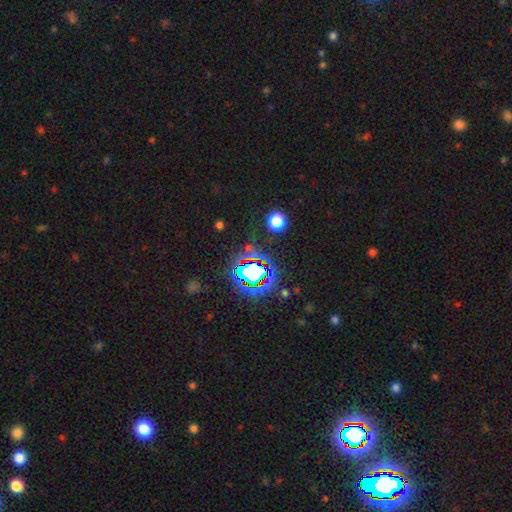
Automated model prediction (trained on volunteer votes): The model was most divided on "smooth or featured": star or artifact: 80%, smooth: 12%, featured or disk: 8%.